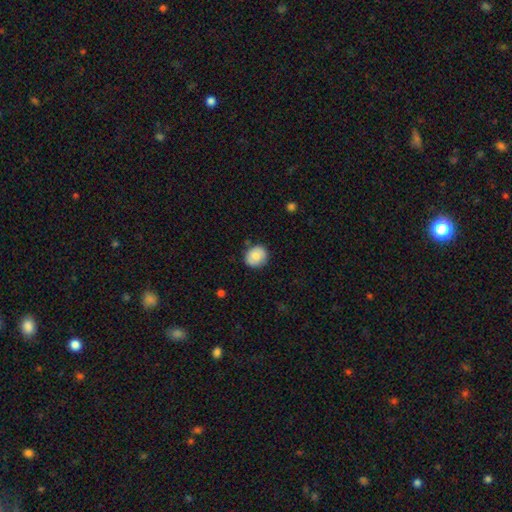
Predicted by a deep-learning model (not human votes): smooth 78%, featured or disk 15%, star or artifact 8%. Down the decision tree: how rounded — round (78%); merging — none (82%).